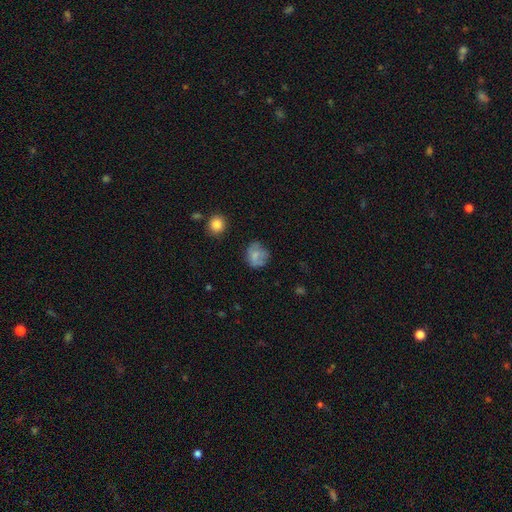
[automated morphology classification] type=smooth (71%); roundness=round (71%); merging=none (61%).